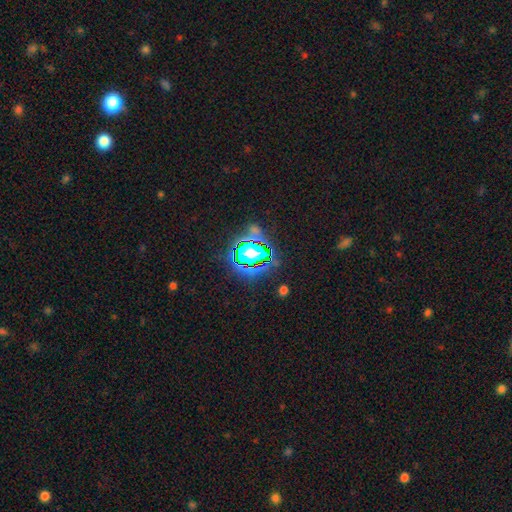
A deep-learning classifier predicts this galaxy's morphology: Smooth or featured?
  - star or artifact: 81% *
  - smooth: 11%
  - featured or disk: 8%